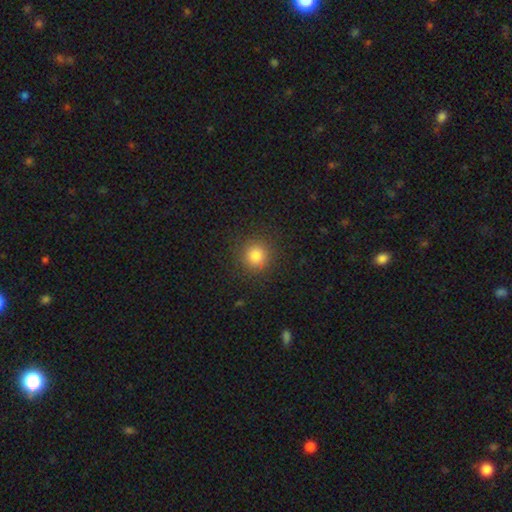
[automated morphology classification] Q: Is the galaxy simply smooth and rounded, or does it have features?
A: smooth — 83%.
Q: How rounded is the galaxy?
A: round — 92%.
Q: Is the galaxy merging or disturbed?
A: none — 89%.